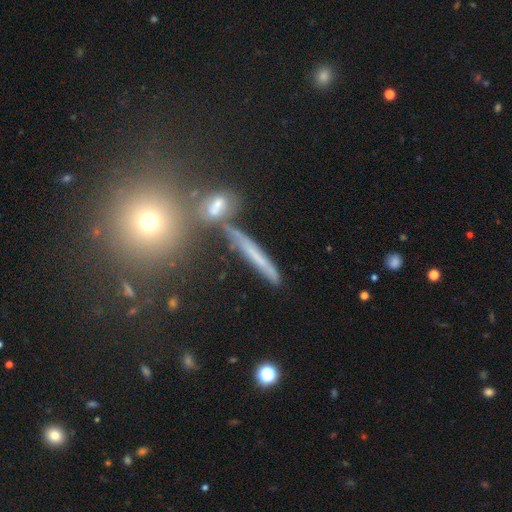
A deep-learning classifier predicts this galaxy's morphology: Overall: smooth (47%; featured or disk 39%). Merging: none (77%).